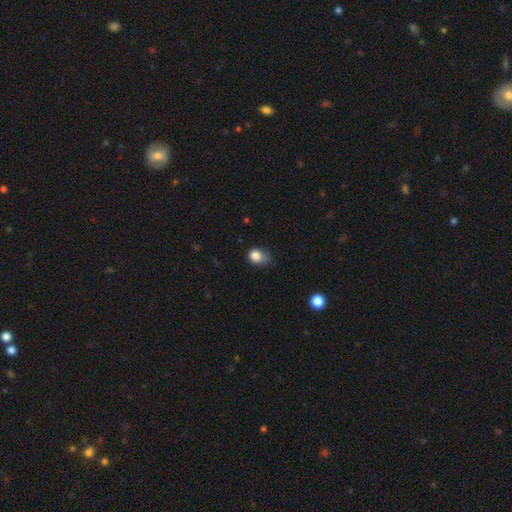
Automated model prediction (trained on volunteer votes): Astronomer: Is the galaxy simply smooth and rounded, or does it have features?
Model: smooth — 83%.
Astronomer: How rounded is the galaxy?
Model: round — 54% (runner-up: in between, 45%).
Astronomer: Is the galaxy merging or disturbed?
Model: minor disturbance — 44% (runner-up: none, 39%).